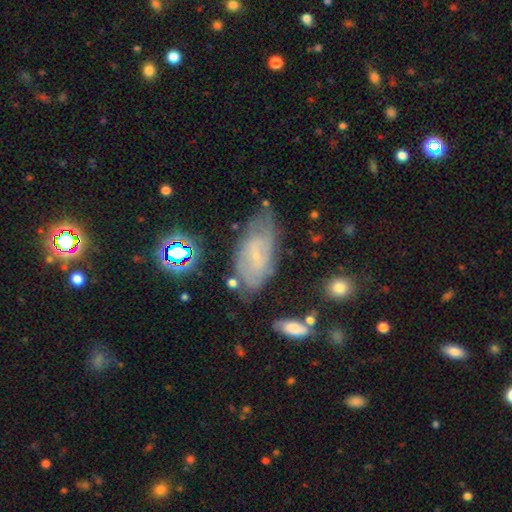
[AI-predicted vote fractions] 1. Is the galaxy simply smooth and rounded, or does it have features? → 60% featured or disk, 29% smooth, 12% star or artifact.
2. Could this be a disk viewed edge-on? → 91% no, 9% yes.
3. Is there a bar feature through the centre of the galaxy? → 45% no, 44% weak, 11% strong.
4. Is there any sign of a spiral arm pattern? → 79% yes, 21% no.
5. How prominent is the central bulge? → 75% small, 14% moderate, 9% none, 1% large, 1% dominant.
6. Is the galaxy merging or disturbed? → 57% none, 28% minor disturbance, 11% major disturbance, 5% merger.